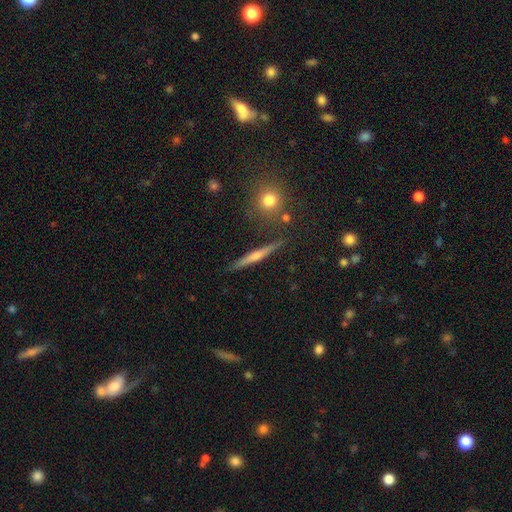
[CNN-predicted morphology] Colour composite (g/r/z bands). It shows a featured or disk galaxy (58%) viewed edge-on (97%) with a rounded central bulge (62%). Merging: none (88%).